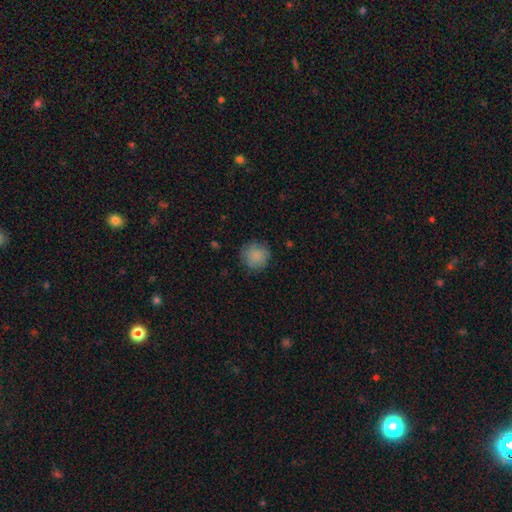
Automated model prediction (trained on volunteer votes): smooth-or-featured: smooth: 85% | star or artifact: 8% | featured or disk: 7%
  how-rounded: round: 92% | in between: 7% | cigar-shaped: 1%
  merging: none: 82% | minor disturbance: 14% | major disturbance: 4% | merger: 1%